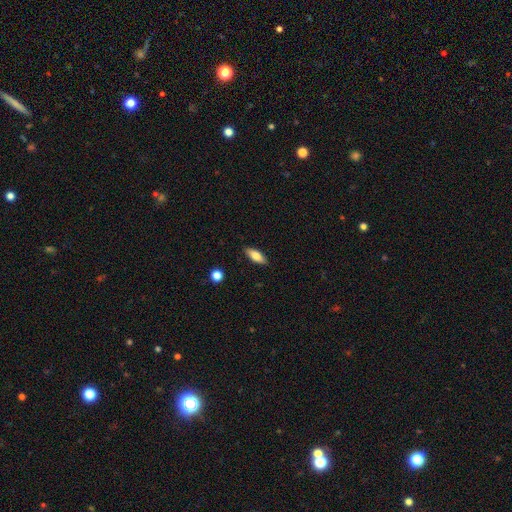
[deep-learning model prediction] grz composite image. It shows a smooth galaxy with no disk features (77%) that is in between round and cigar-shaped (73%). Merging: none (87%).